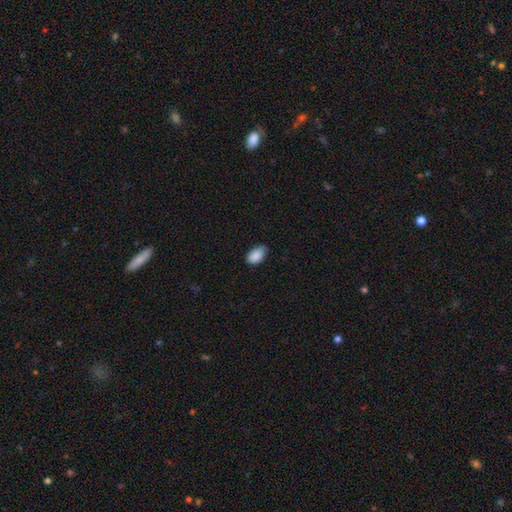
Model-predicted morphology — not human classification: smooth_or_featured: smooth (p=0.88) [alt: star or artifact p=0.07]
how_rounded: in between (p=0.93) [alt: round p=0.05]
merging: none (p=0.68) [alt: minor disturbance p=0.27]